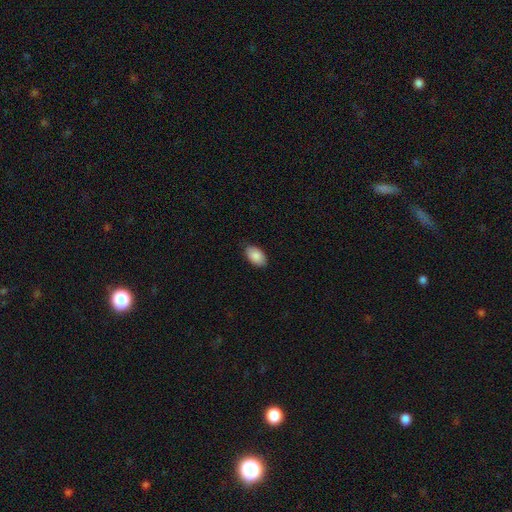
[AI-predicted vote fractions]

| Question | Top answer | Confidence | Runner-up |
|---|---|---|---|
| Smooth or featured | smooth | 88% | star or artifact (6%) |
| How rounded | in between | 94% | round (5%) |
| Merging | none | 85% | minor disturbance (12%) |